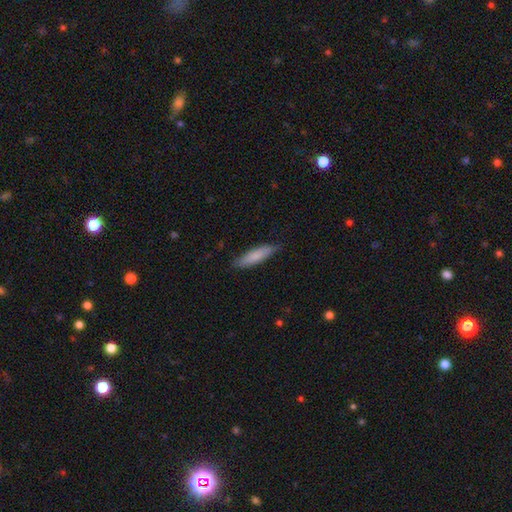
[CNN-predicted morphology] smooth-or-featured: smooth: 80% | featured or disk: 15% | star or artifact: 5%
  how-rounded: cigar-shaped: 74% | in between: 25% | round: 1%
  merging: none: 84% | minor disturbance: 13% | major disturbance: 2% | merger: 1%